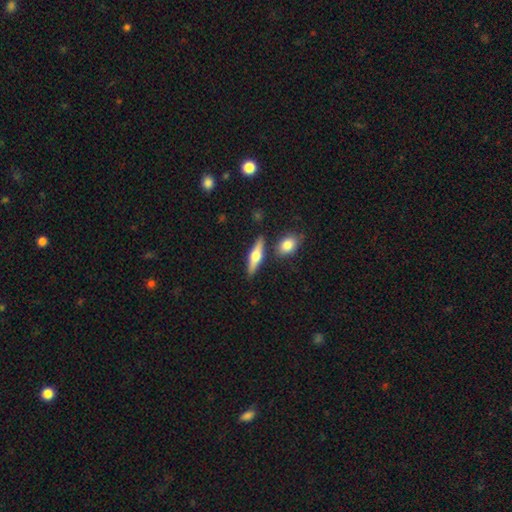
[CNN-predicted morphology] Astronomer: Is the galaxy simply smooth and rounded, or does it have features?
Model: featured or disk — 56% (runner-up: smooth, 38%).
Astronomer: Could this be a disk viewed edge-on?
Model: yes — 95%.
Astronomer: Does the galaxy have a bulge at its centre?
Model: rounded — 94%.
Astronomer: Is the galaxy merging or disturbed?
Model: none — 83%.